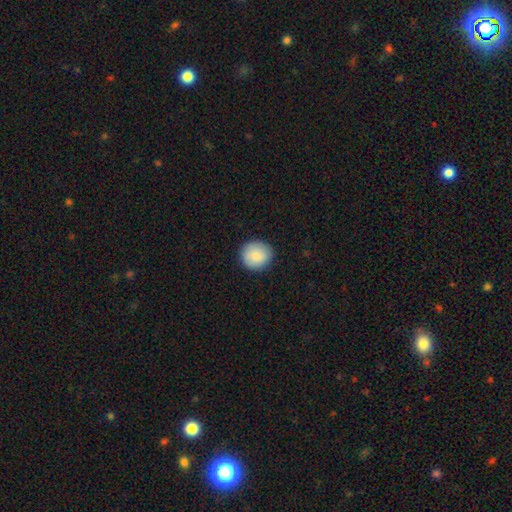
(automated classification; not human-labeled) This appears to be a smooth galaxy with no disk features (85%) that is round (89%). Merging: none (89%).